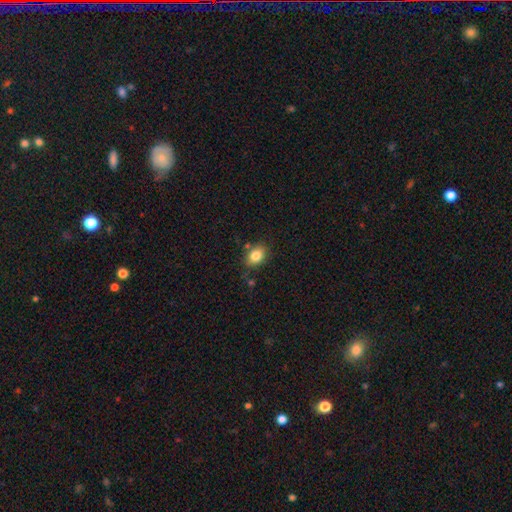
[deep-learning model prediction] smooth_or_featured: smooth (p=0.84) [alt: star or artifact p=0.09]
how_rounded: in between (p=0.68) [alt: round p=0.31]
merging: none (p=0.77) [alt: minor disturbance p=0.15]